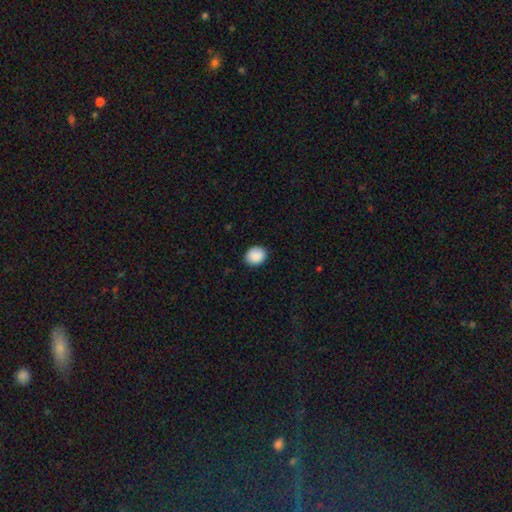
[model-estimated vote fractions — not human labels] The model was most divided on "how rounded": round: 63%, in between: 36%, cigar-shaped: 1%. More confident: smooth or featured — smooth (89%); merging — none (86%).